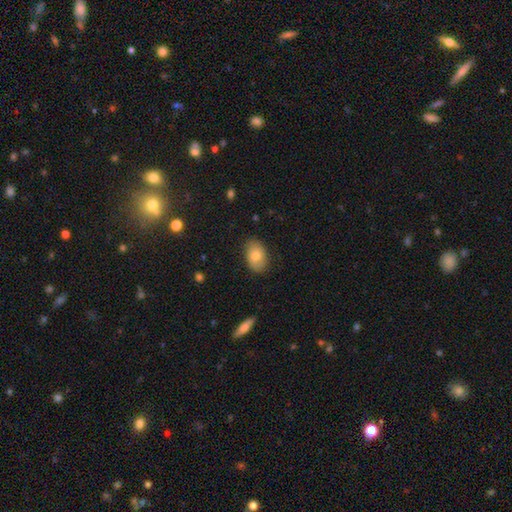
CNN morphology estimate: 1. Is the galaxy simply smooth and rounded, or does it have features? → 79% smooth, 14% featured or disk, 7% star or artifact.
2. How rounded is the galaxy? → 88% in between, 11% round, 1% cigar-shaped.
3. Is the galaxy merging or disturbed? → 84% none, 13% minor disturbance, 3% major disturbance, 1% merger.